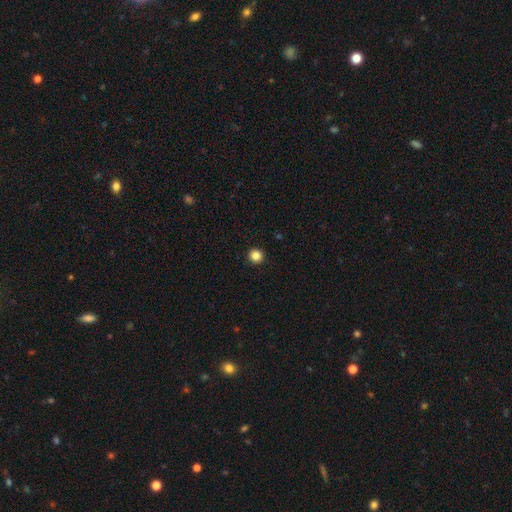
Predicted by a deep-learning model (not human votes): Q: Smooth or featured?
A: smooth (85%); runner-up: star or artifact (11%)
Q: How rounded?
A: round (95%); runner-up: in between (4%)
Q: Merging?
A: none (94%); runner-up: minor disturbance (4%)